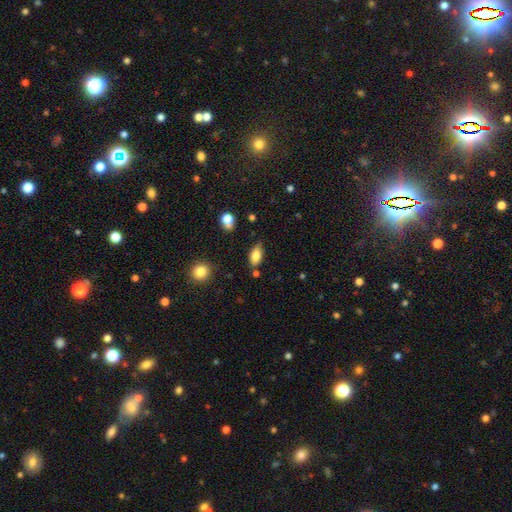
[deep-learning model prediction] The model was most divided on "merging": none: 74%, minor disturbance: 17%, merger: 5%, major disturbance: 3%. More confident: how rounded — in between (89%); smooth or featured — smooth (79%).